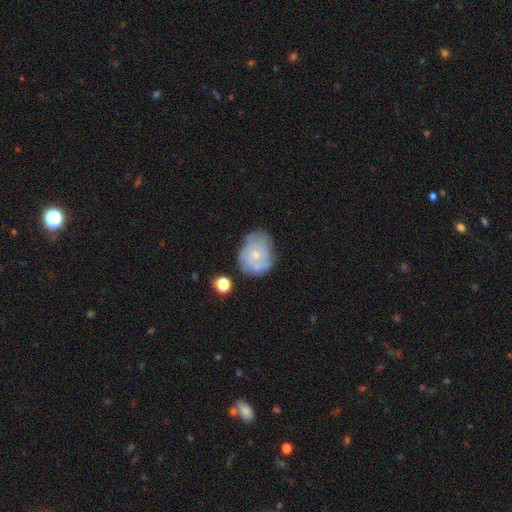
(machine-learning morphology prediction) Smooth or featured? Predicted: featured or disk (p=0.63). Edge-on disk? Predicted: no (p=0.98). Bar? Predicted: no (p=0.82). Spiral arms? Predicted: yes (p=0.73). Bulge size? Predicted: small (p=0.65). Merging? Predicted: none (p=0.61).